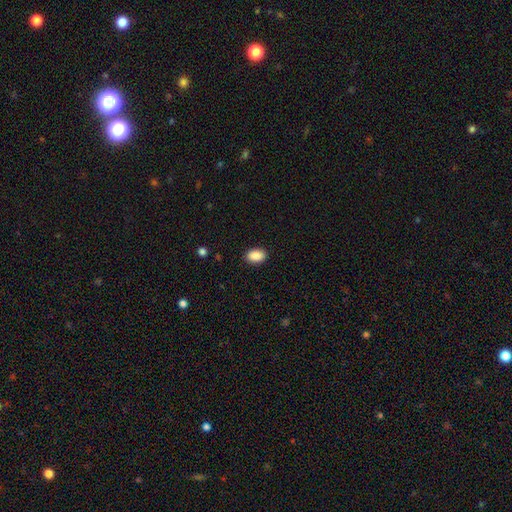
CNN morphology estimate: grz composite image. It shows a smooth galaxy with no disk features (90%) that is in between round and cigar-shaped (89%). Merging: none (89%).